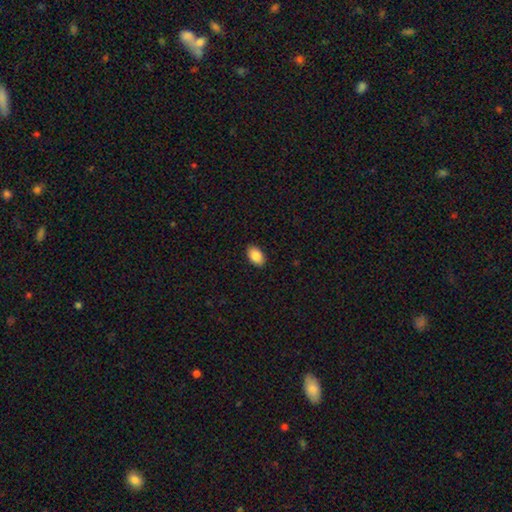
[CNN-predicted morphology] Smooth or featured: smooth — 88% (star or artifact — 7%)
How rounded: in between — 92% (round — 6%)
Merging: none — 90% (minor disturbance — 7%)